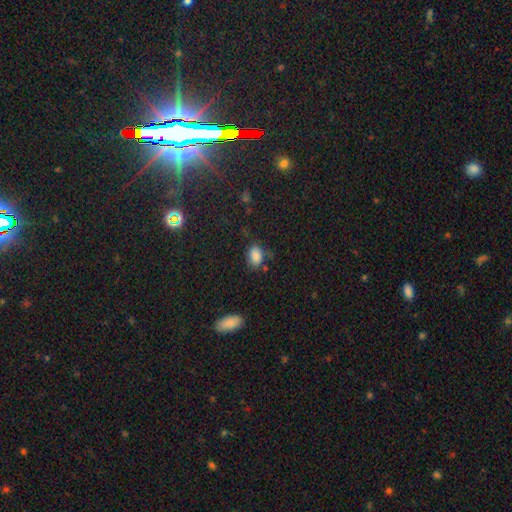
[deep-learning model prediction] This appears to be a smooth galaxy with no disk features (83%) that is in between round and cigar-shaped (80%). Merging: none (65%).